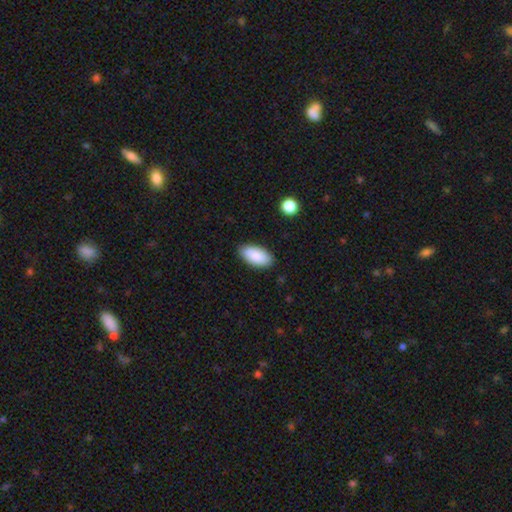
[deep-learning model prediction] smooth_or_featured: smooth (p=0.88) [alt: star or artifact p=0.06]
how_rounded: in between (p=0.94) [alt: cigar-shaped p=0.04]
merging: none (p=0.85) [alt: minor disturbance p=0.11]